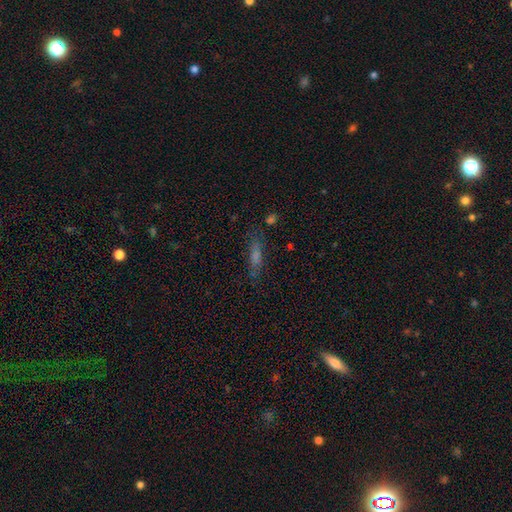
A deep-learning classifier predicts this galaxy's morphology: smooth-or-featured: smooth: 44% | featured or disk: 33% | star or artifact: 23%
  merging: none: 77% | minor disturbance: 14% | major disturbance: 6% | merger: 3%